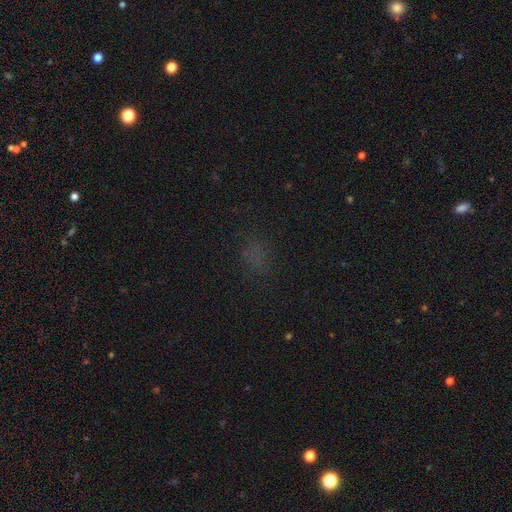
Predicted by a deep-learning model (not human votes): Overall: smooth (56%; star or artifact 35%). How rounded: in between (52%; round 44%). Merging: none (78%).